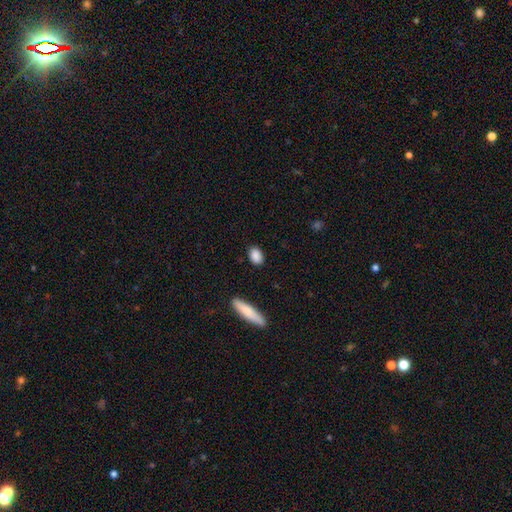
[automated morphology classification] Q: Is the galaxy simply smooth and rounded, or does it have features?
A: smooth — 88%.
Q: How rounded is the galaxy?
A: in between — 78%.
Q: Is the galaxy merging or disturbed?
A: none — 87%.